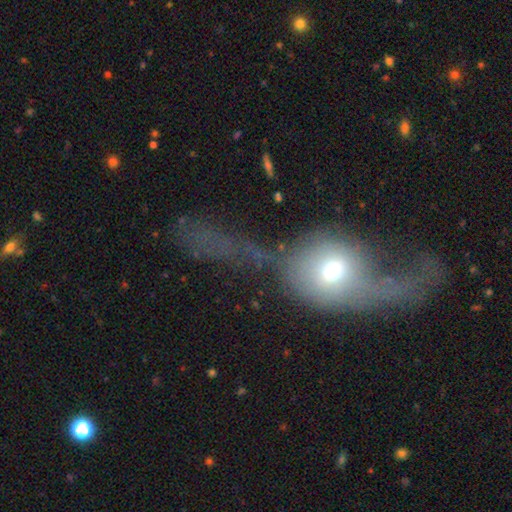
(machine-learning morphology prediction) A featured or disk galaxy (55%). Merging: major disturbance (50%).